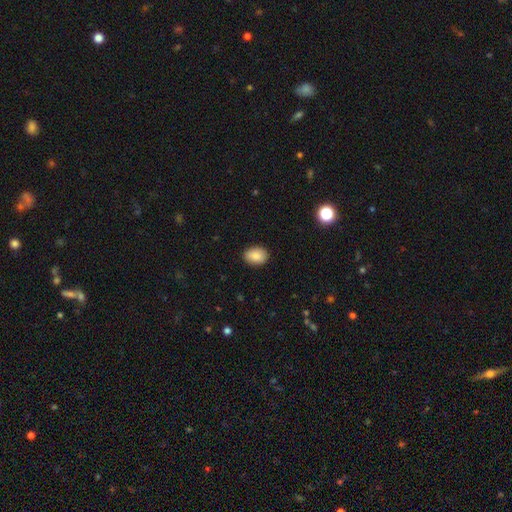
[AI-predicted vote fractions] Smooth or featured? smooth (87%)
How rounded? in between (78%)
Merging? none (87%)